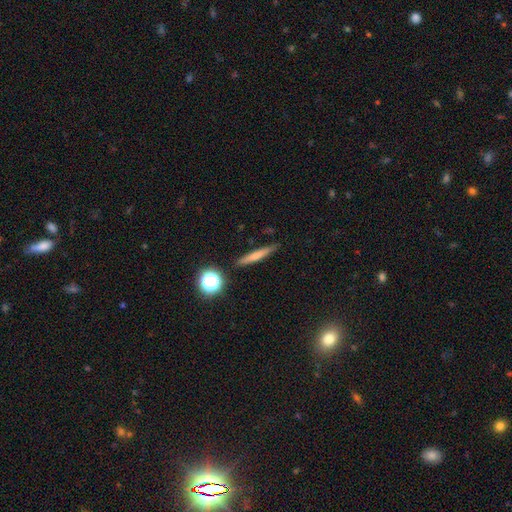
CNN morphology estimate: Smooth or featured? smooth (63%)
How rounded? cigar-shaped (89%)
Merging? none (85%)